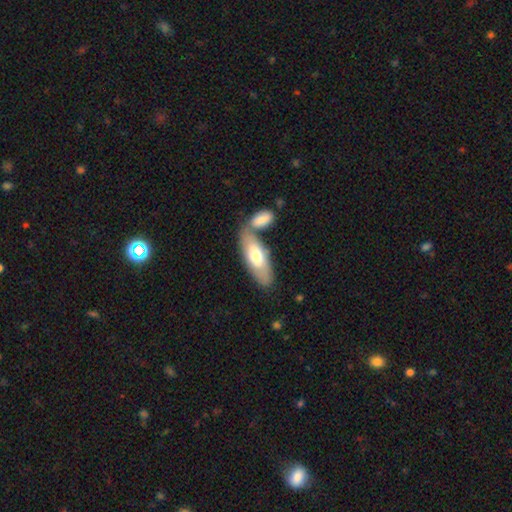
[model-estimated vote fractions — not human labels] smooth 62%, featured or disk 33%, star or artifact 5%. Down the decision tree: how rounded — in between (71%); merging — none (50%).